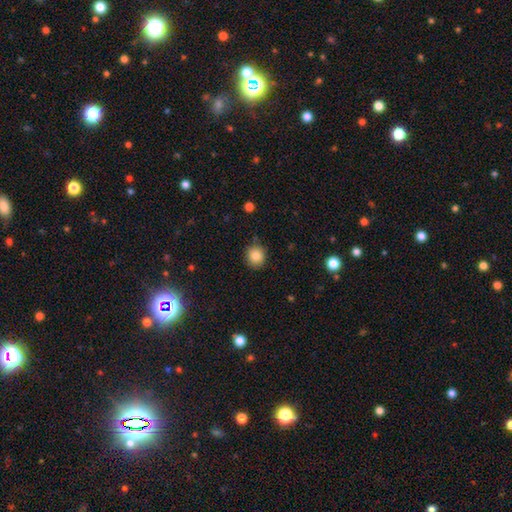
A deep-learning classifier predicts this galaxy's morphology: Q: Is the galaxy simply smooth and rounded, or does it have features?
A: smooth — 84%.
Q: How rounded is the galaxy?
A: round — 88%.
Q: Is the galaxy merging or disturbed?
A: none — 86%.